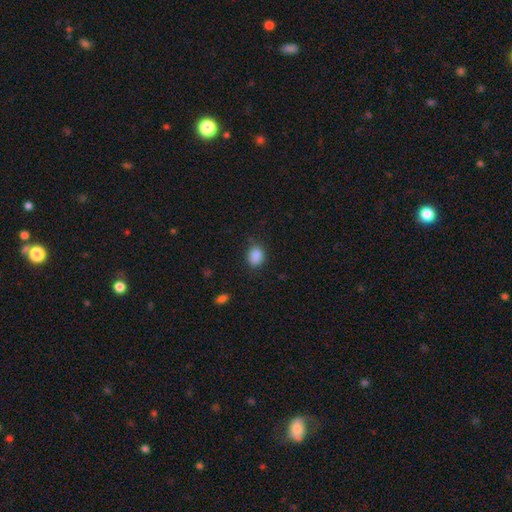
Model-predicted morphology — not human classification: Smooth or featured? smooth (87%)
How rounded? in between (51%)
Merging? none (81%)